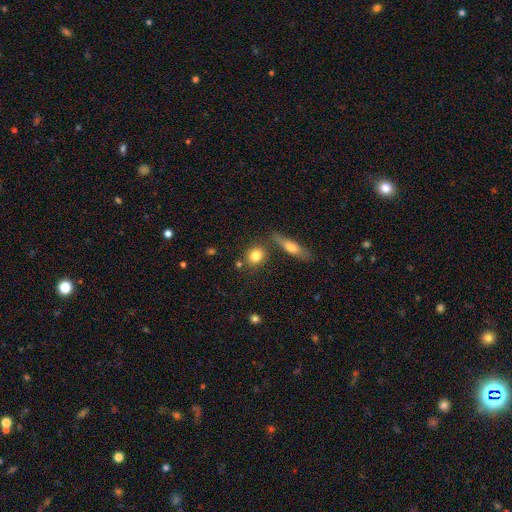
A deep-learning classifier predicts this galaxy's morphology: Q: Smooth or featured?
A: smooth (80%); runner-up: featured or disk (11%)
Q: How rounded?
A: round (63%); runner-up: in between (33%)
Q: Merging?
A: none (72%); runner-up: merger (14%)